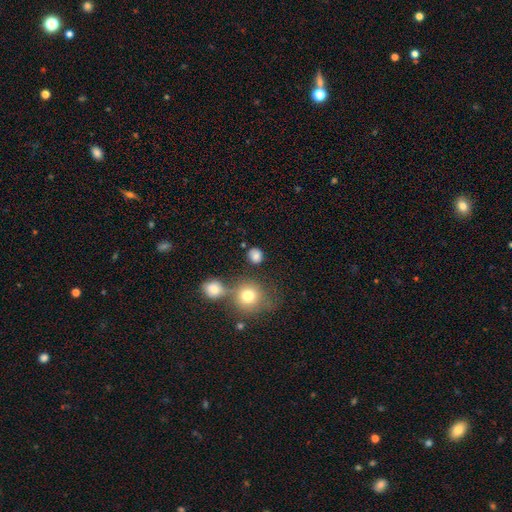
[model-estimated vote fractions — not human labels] The model was most divided on "merging": none: 76%, minor disturbance: 10%, merger: 10%, major disturbance: 5%. More confident: how rounded — round (84%); smooth or featured — smooth (81%).